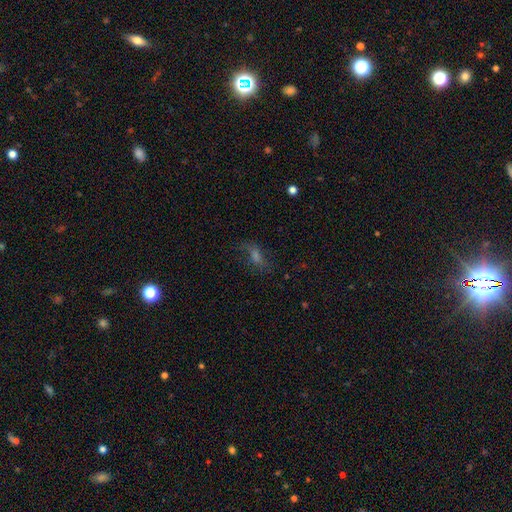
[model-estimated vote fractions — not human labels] Smooth or featured?
  - featured or disk: 39% *
  - smooth: 35%
  - star or artifact: 26%
Merging?
  - none: 64% *
  - minor disturbance: 18%
  - major disturbance: 15%
  - merger: 2%